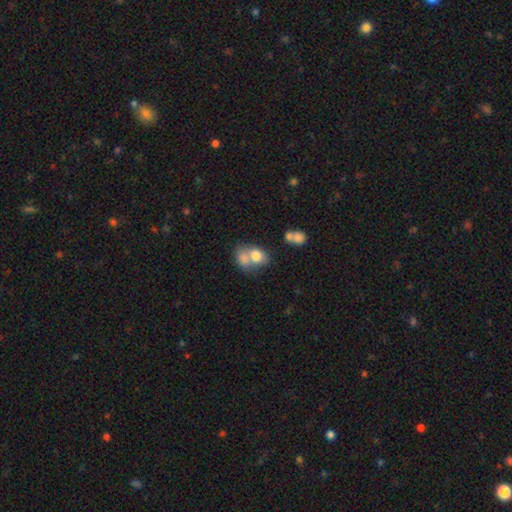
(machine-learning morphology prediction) This appears to be a smooth galaxy with no disk features (73%) that is in between round and cigar-shaped (68%). Merging: merger (63%).